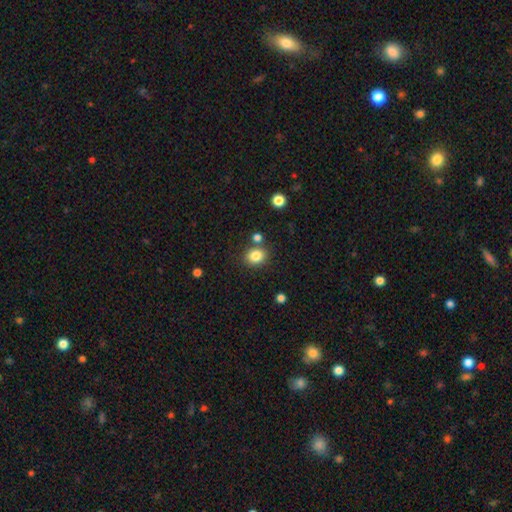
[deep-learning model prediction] This appears to be a smooth galaxy with no disk features (84%) that is round (61%). Merging: none (77%).